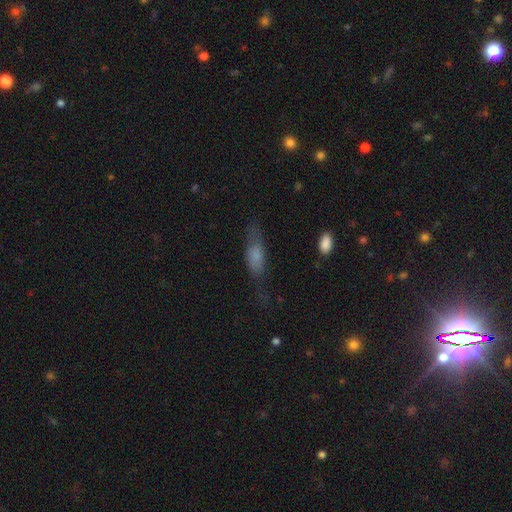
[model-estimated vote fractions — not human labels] Smooth or featured: smooth — 67% (featured or disk — 23%)
How rounded: in between — 52% (cigar-shaped — 44%)
Merging: none — 50% (minor disturbance — 27%)